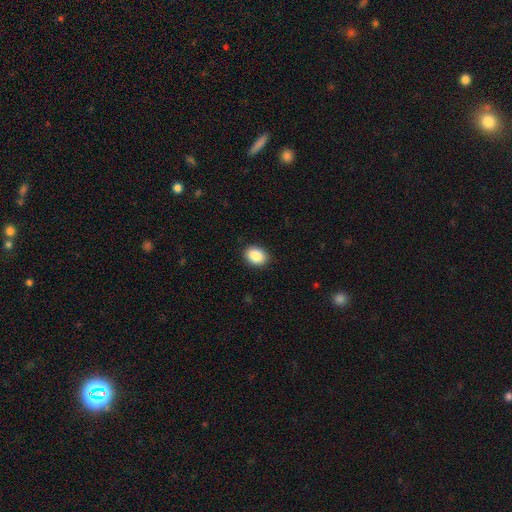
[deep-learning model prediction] This appears to be a smooth galaxy with no disk features (87%) that is in between round and cigar-shaped (58%). Merging: none (90%).